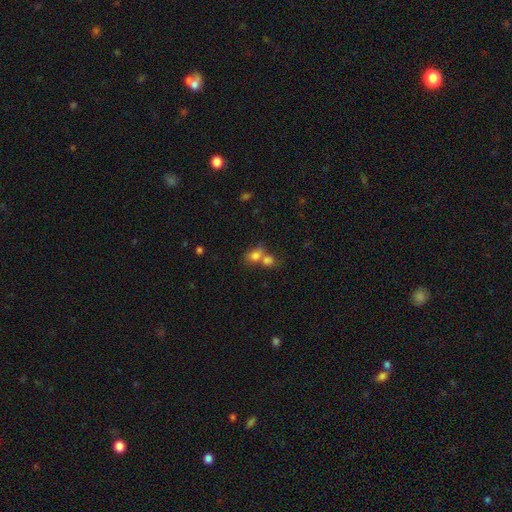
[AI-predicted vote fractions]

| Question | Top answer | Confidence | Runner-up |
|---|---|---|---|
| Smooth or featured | smooth | 77% | star or artifact (12%) |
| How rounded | in between | 53% | round (45%) |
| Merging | merger | 57% | none (31%) |